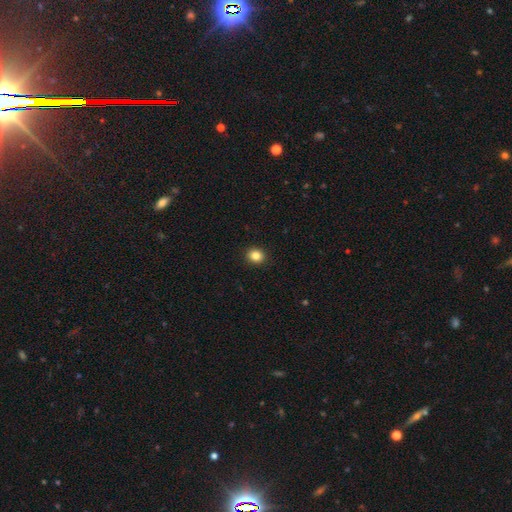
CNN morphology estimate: Smooth or featured? Predicted: smooth (p=0.85). How rounded? Predicted: round (p=0.71). Merging? Predicted: none (p=0.92).